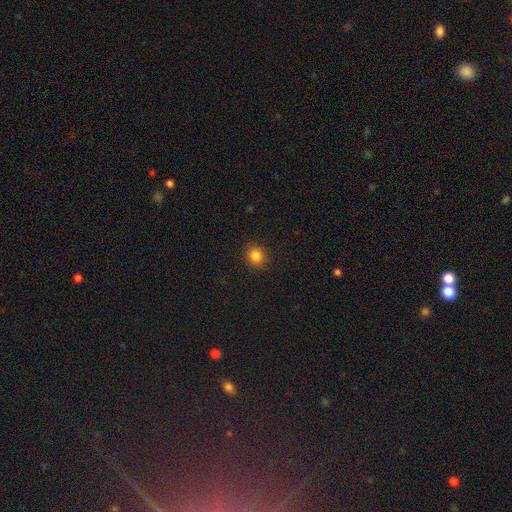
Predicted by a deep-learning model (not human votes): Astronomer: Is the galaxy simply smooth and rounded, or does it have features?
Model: smooth — 83%.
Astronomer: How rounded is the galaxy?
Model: round — 86%.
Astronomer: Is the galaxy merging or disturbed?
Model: none — 91%.